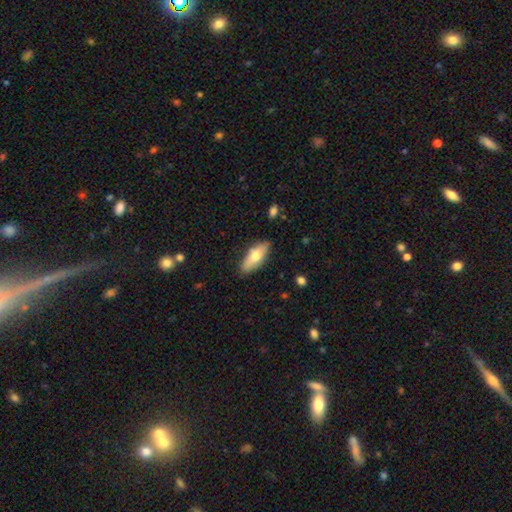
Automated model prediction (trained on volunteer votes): Smooth or featured? Predicted: smooth (p=0.68). How rounded? Predicted: in between (p=0.76). Merging? Predicted: none (p=0.82).